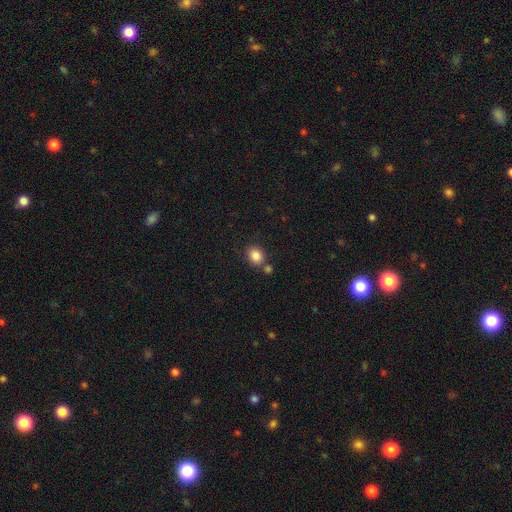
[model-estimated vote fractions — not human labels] A smooth galaxy with no disk features (86%) that is round (59%). Merging: none (65%).